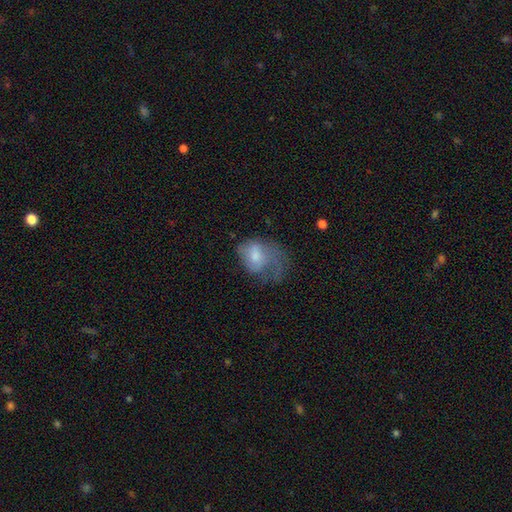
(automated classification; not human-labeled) Smooth or featured: smooth — 59% (featured or disk — 33%)
How rounded: in between — 70% (round — 28%)
Merging: major disturbance — 54% (minor disturbance — 23%)